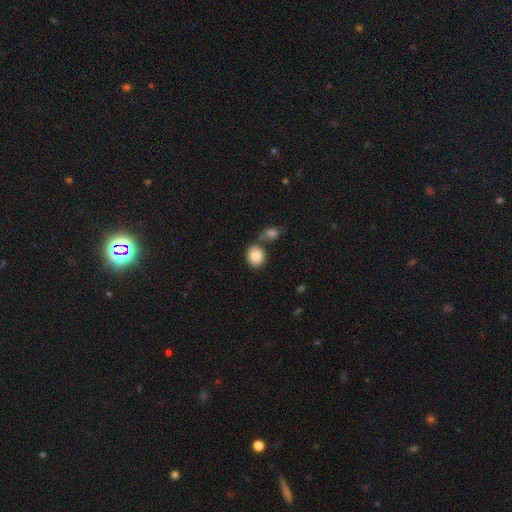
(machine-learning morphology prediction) This is clearly a smooth galaxy (87%). How rounded: likely round (68%). Merging: possibly none (54%).